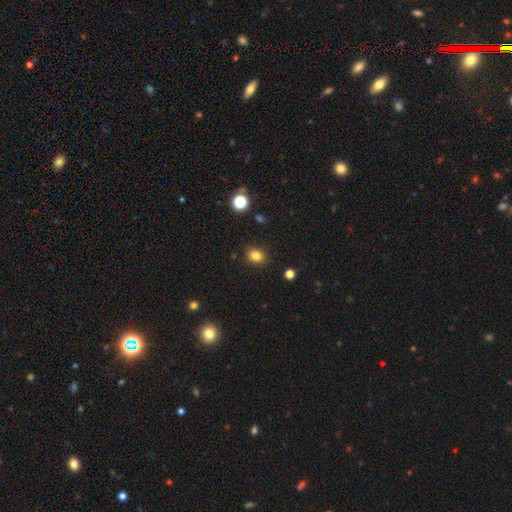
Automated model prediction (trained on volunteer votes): smooth_or_featured: smooth (p=0.82) [alt: star or artifact p=0.13]
how_rounded: round (p=0.59) [alt: in between p=0.41]
merging: none (p=0.88) [alt: minor disturbance p=0.08]